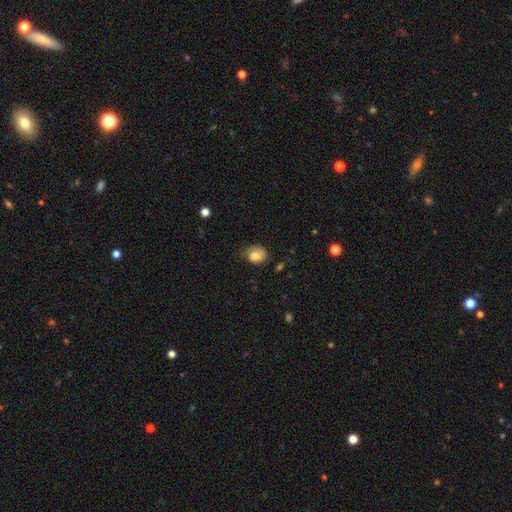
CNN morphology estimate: This is likely a smooth galaxy (71%). How rounded: possibly in between (50%). Merging: possibly none (58%).